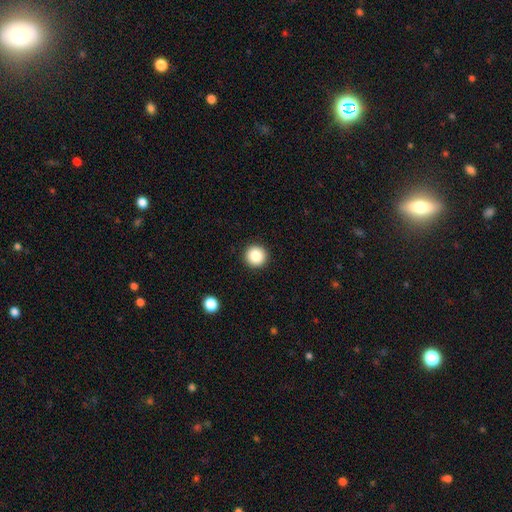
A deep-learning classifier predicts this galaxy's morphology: type=smooth (86%); roundness=round (96%); merging=none (93%).